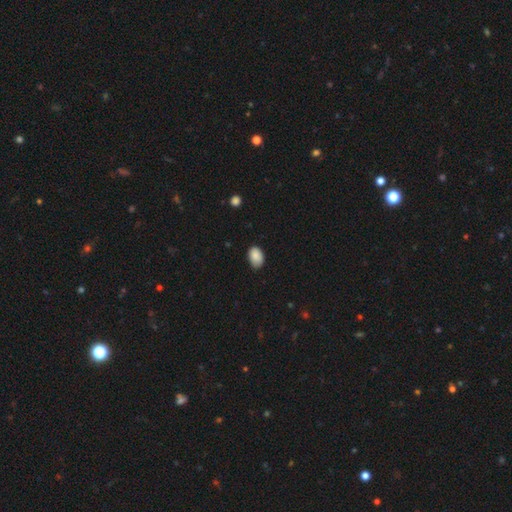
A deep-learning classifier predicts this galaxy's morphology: Smooth or featured: smooth — 88% (star or artifact — 7%)
How rounded: in between — 84% (round — 15%)
Merging: none — 72% (minor disturbance — 24%)